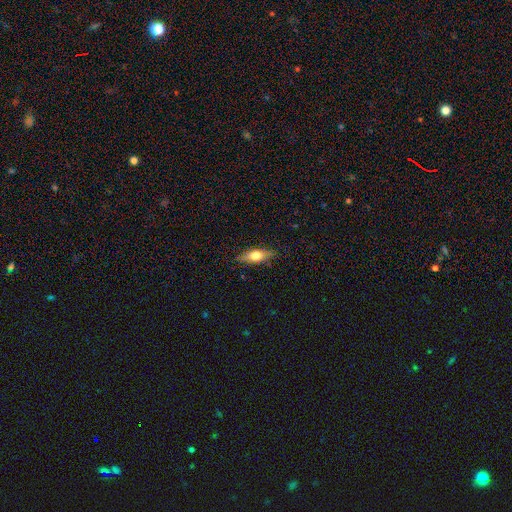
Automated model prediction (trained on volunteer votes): Overall: smooth (52%; featured or disk 41%). How rounded: in between (57%; cigar-shaped 39%). Merging: none (85%).